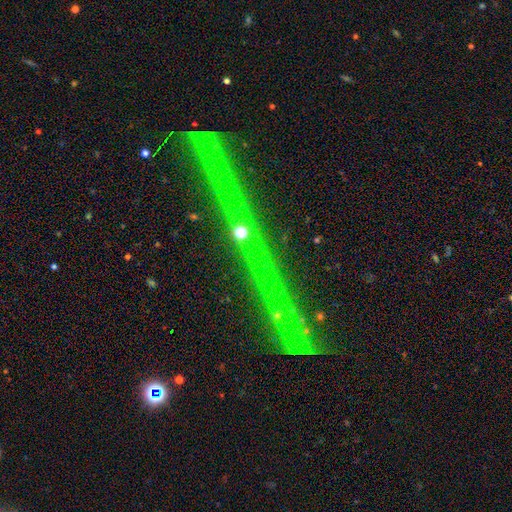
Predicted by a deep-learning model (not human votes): Morphology: type=star or artifact (49%).